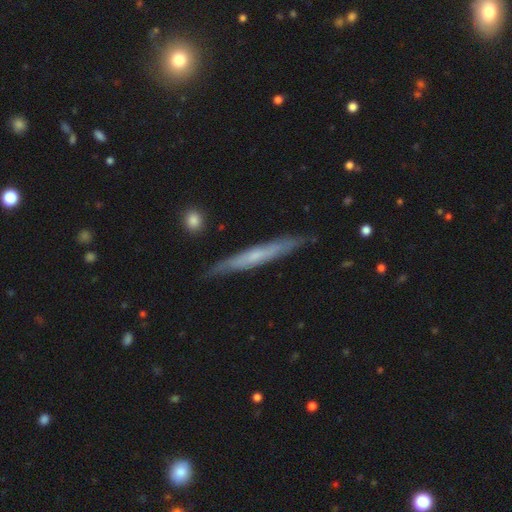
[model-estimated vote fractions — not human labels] Smooth or featured? featured or disk (56%)
Edge-on disk? yes (89%)
Edge-on bulge? none (65%)
Merging? none (85%)